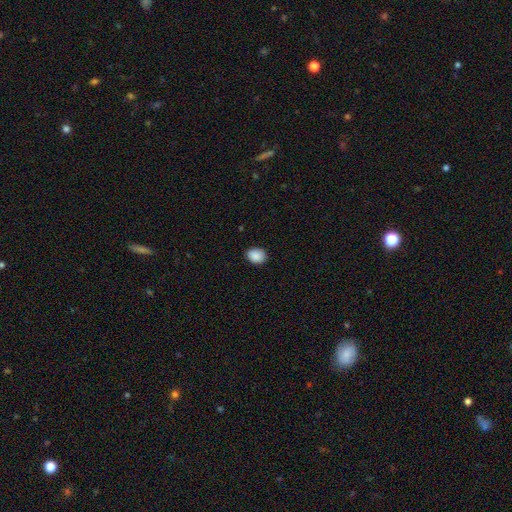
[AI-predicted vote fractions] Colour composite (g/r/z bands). It shows a smooth galaxy with no disk features (89%) that is in between round and cigar-shaped (56%). Merging: none (85%).